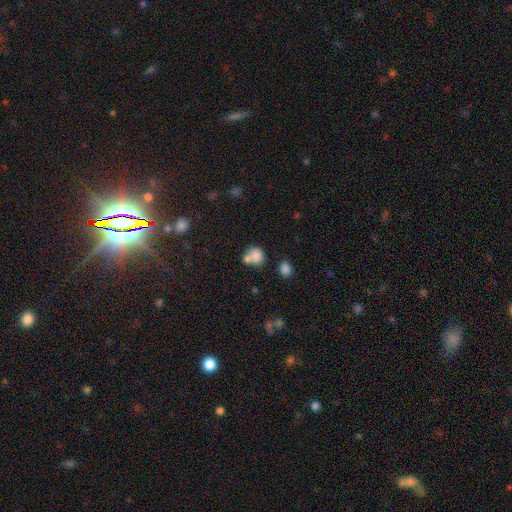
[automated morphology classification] This appears to be a smooth galaxy with no disk features (81%) that is round (74%). Merging: merger (41%, tied with none).